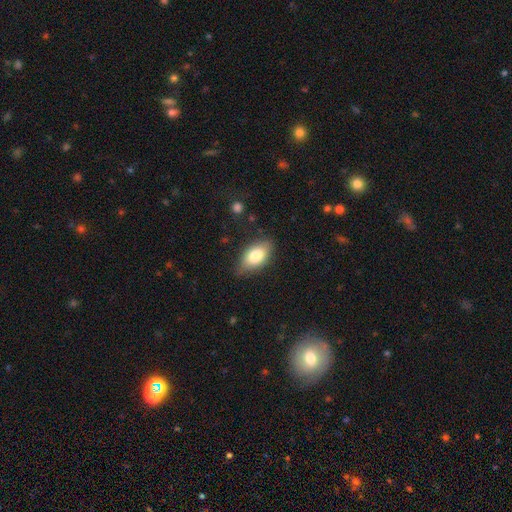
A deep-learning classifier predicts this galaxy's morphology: Overall: smooth (77%). How rounded: in between (90%). Merging: none (75%).